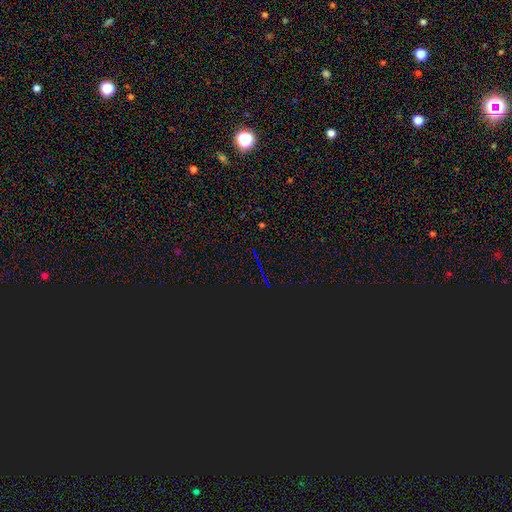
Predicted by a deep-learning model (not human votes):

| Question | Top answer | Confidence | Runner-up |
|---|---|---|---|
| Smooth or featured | star or artifact | 79% | smooth (11%) |